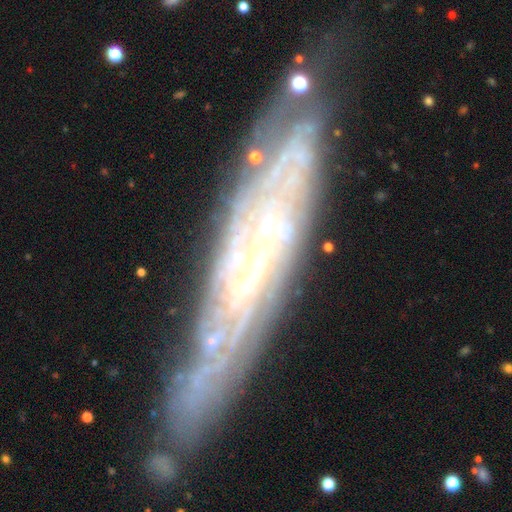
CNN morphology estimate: featured or disk 82%, smooth 10%, star or artifact 8%. Down the decision tree: edge-on disk — no (62%); bar — no (47%); spiral arms — yes (92%); bulge size — small (75%); merging — none (76%).